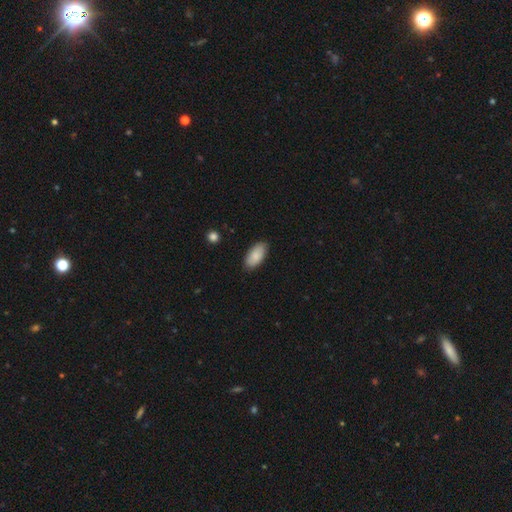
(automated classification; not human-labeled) Morphology: type=smooth (88%); roundness=in between (93%); merging=none (87%).